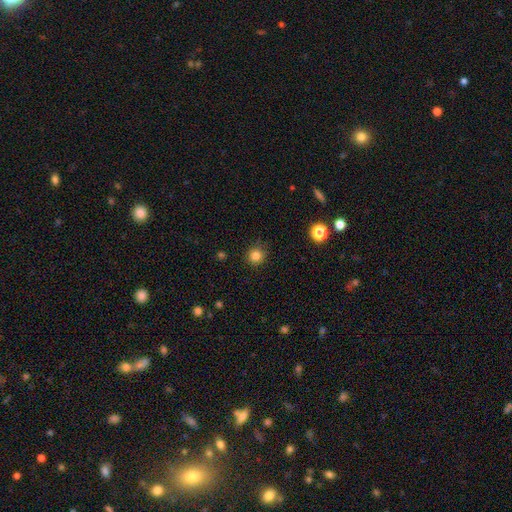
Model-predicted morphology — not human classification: smooth_or_featured: smooth (p=0.83) [alt: star or artifact p=0.12]
how_rounded: round (p=0.92) [alt: in between p=0.07]
merging: none (p=0.86) [alt: minor disturbance p=0.10]